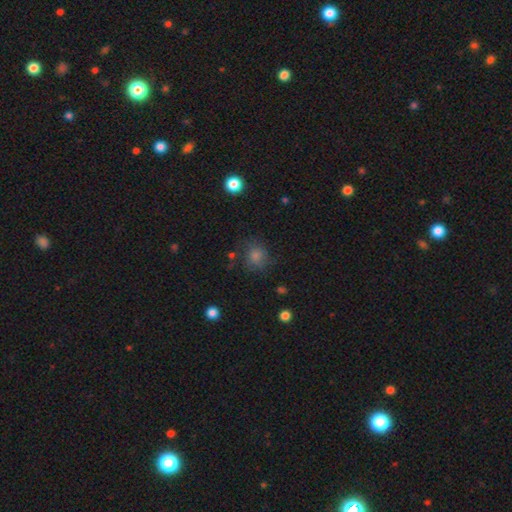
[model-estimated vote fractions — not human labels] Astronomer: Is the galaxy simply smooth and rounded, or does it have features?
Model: smooth — 68%.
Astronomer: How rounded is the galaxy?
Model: round — 81%.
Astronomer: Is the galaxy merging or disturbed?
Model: none — 74%.